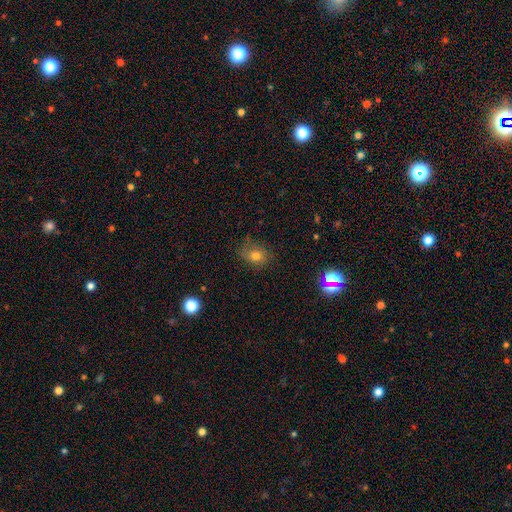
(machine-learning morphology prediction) smooth-or-featured: smooth: 73% | star or artifact: 15% | featured or disk: 12%
  how-rounded: round: 54% | in between: 45% | cigar-shaped: 1%
  merging: none: 72% | minor disturbance: 20% | major disturbance: 6% | merger: 2%